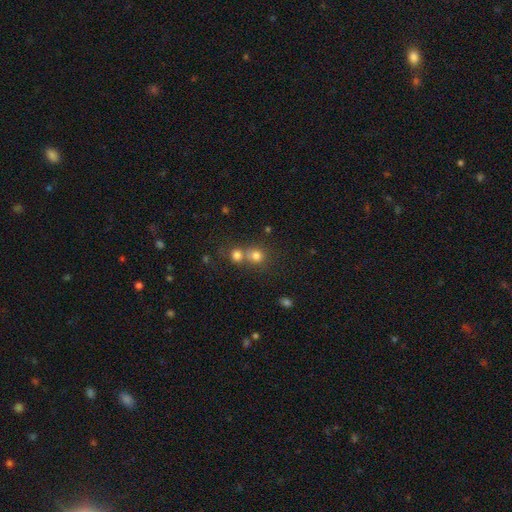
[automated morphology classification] smooth 76%, star or artifact 15%, featured or disk 9%. Down the decision tree: how rounded — round (84%); merging — none (47%).